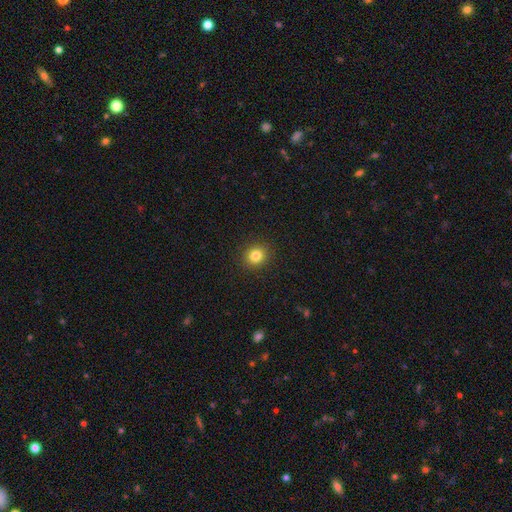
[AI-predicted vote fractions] This is clearly a smooth galaxy (82%). How rounded: clearly round (84%). Merging: clearly none (91%).